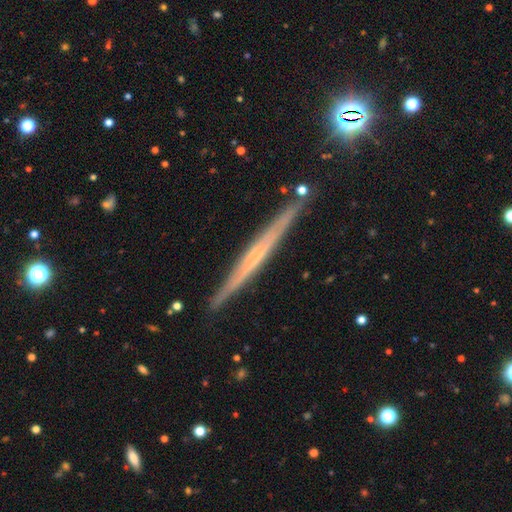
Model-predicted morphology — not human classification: This appears to be a featured or disk galaxy (65%) viewed edge-on (97%) with no central bulge (75%). Merging: none (89%).